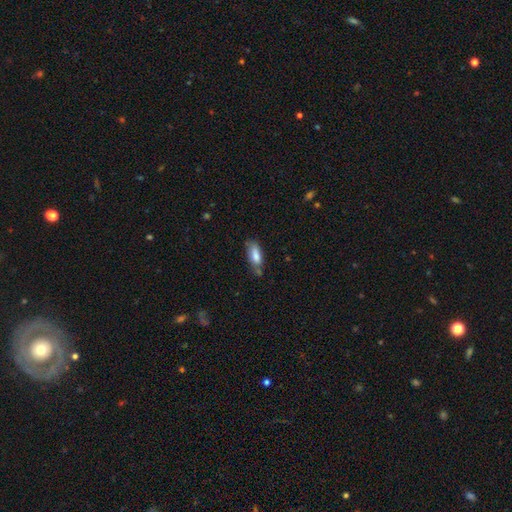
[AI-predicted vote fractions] Q: Smooth or featured?
A: smooth (80%); runner-up: featured or disk (13%)
Q: How rounded?
A: in between (74%); runner-up: cigar-shaped (24%)
Q: Merging?
A: none (56%); runner-up: minor disturbance (29%)